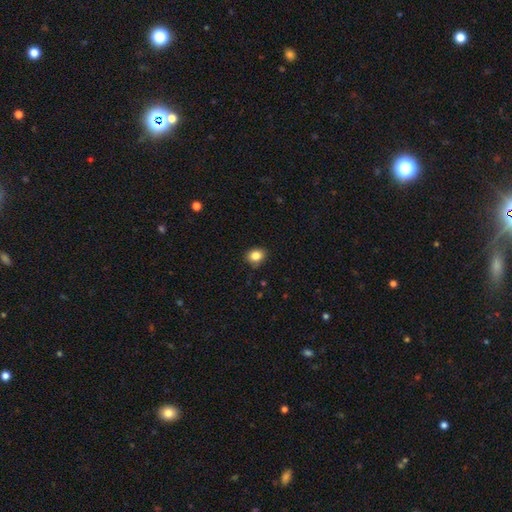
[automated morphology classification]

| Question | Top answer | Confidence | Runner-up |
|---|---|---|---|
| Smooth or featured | smooth | 84% | star or artifact (10%) |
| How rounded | round | 50% | in between (49%) |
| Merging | none | 81% | minor disturbance (16%) |